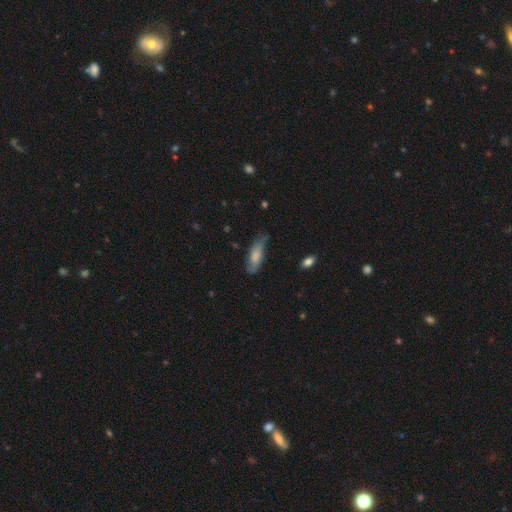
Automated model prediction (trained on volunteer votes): smooth 63%, featured or disk 30%, star or artifact 7%. Down the decision tree: how rounded — in between (68%); merging — none (49%).